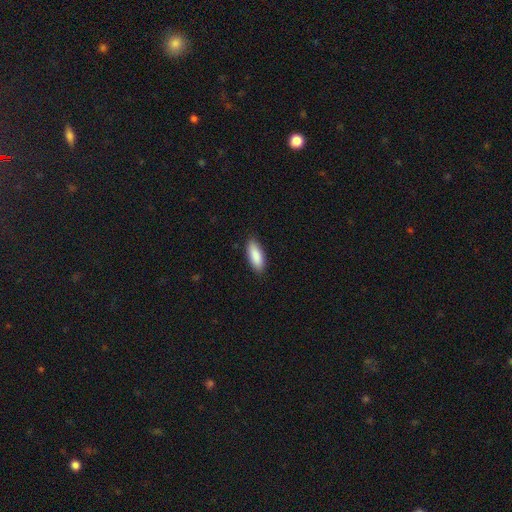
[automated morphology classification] This appears to be a smooth galaxy with no disk features (89%) that is in between round and cigar-shaped (74%). Merging: none (88%).